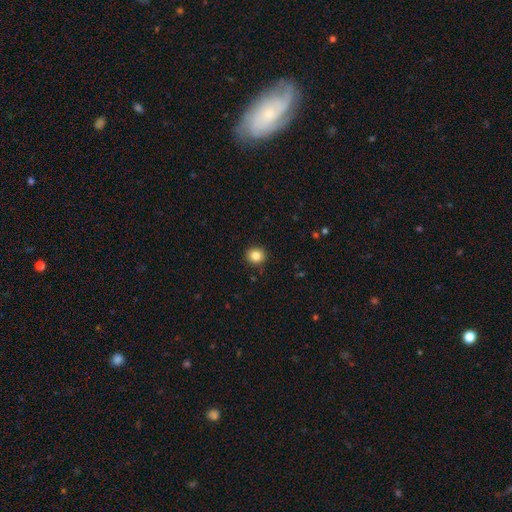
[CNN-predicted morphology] A smooth galaxy with no disk features (85%) that is round (88%).

Vote fractions:
- Smooth or featured? smooth: 85% / star or artifact: 10% / featured or disk: 5%
- How rounded? round: 88% / in between: 11% / cigar-shaped: 1%
- Merging? none: 91% / minor disturbance: 6% / major disturbance: 2% / merger: 1%